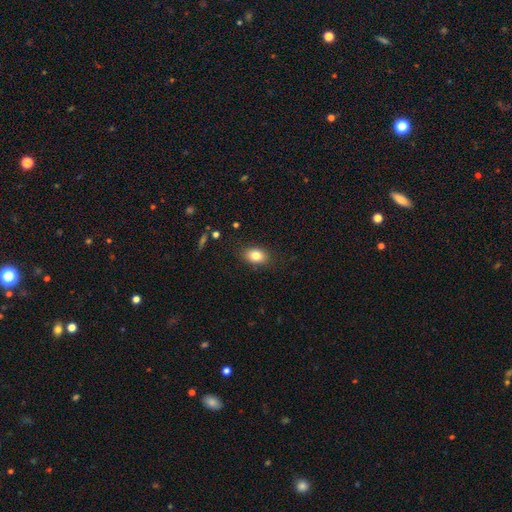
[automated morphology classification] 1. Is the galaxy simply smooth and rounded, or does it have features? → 81% smooth, 9% featured or disk, 9% star or artifact.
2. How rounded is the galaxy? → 78% in between, 20% round, 1% cigar-shaped.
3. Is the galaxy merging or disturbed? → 85% none, 11% minor disturbance, 3% major disturbance, 1% merger.